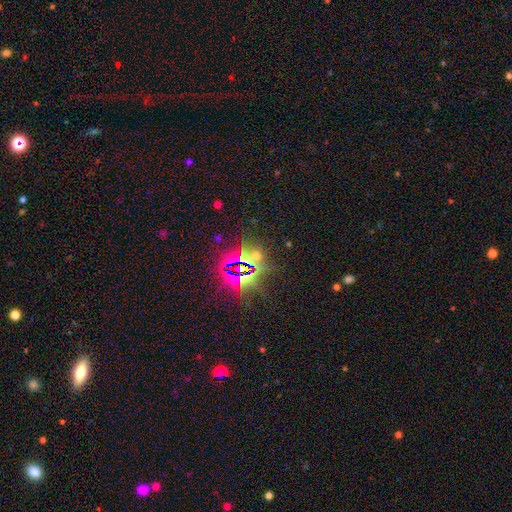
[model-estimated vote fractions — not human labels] Smooth or featured?
  - star or artifact: 74% *
  - smooth: 18%
  - featured or disk: 8%